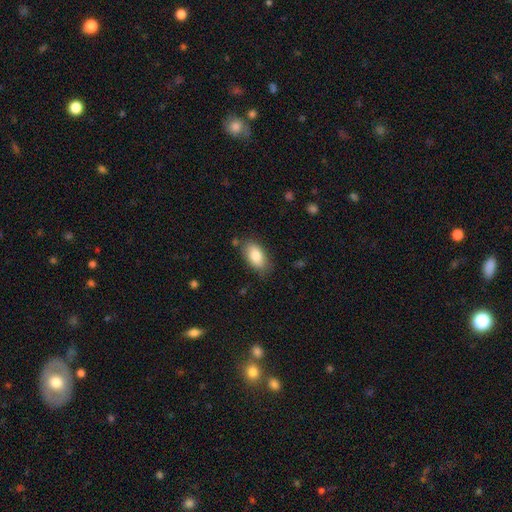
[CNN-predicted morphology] type=smooth (82%); roundness=in between (93%); merging=none (79%).